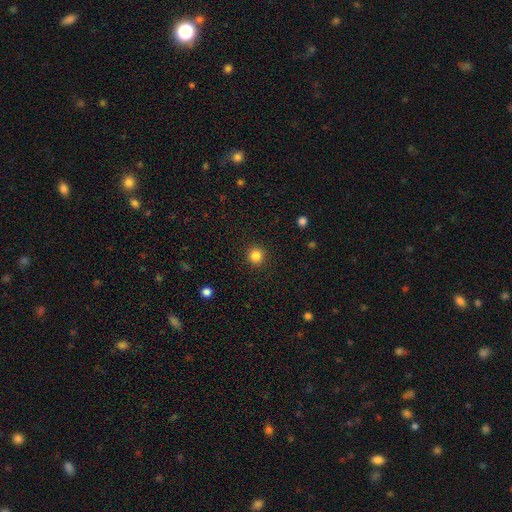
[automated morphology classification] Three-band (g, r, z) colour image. It shows a smooth galaxy with no disk features (83%) that is round (94%). Merging: none (92%).